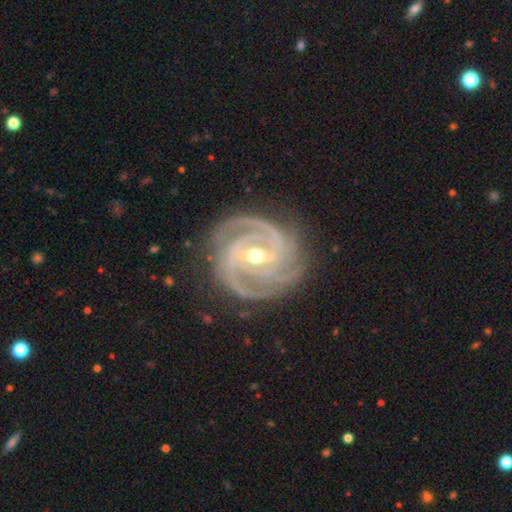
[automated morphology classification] The model was most divided on "bar": weak: 42%, strong: 40%, no: 18%. Remaining: spiral arms — yes (99%); edge-on disk — no (98%); smooth or featured — featured or disk (94%); merging — none (81%); spiral winding — tight (75%); bulge size — moderate (58%); spiral arm count — 3 (44%).